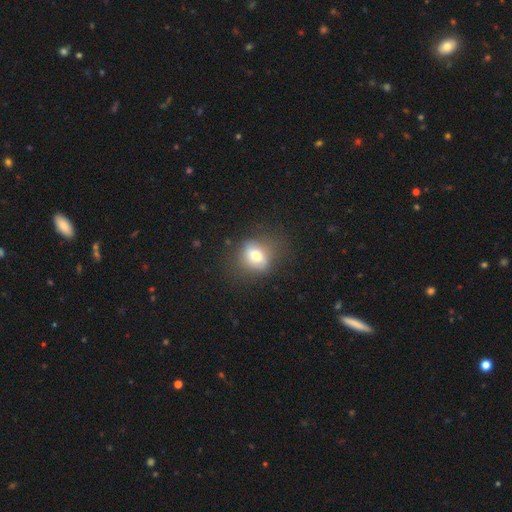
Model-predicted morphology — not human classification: smooth-or-featured: smooth: 71% | featured or disk: 19% | star or artifact: 10%
  how-rounded: in between: 51% | round: 47% | cigar-shaped: 2%
  merging: none: 63% | minor disturbance: 22% | major disturbance: 13% | merger: 2%